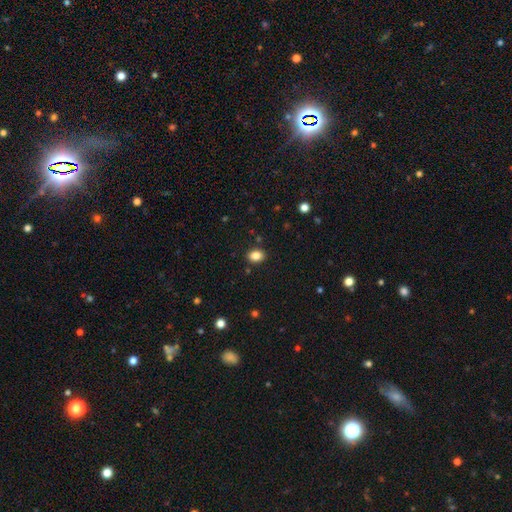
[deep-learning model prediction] Smooth or featured? Predicted: smooth (p=0.85). How rounded? Predicted: in between (p=0.67). Merging? Predicted: none (p=0.88).